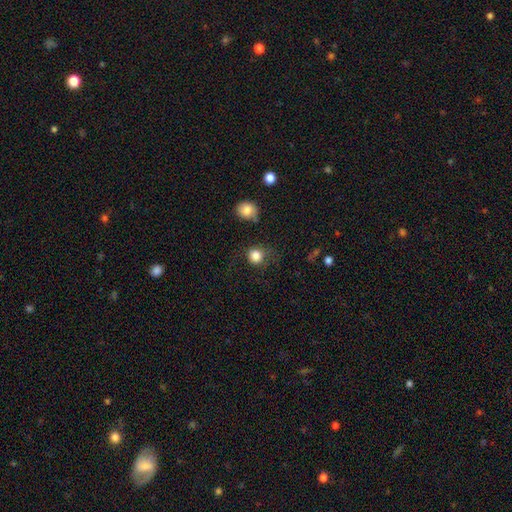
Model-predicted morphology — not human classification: Overall: smooth (84%). How rounded: round (84%). Merging: none (61%; minor disturbance 21%).